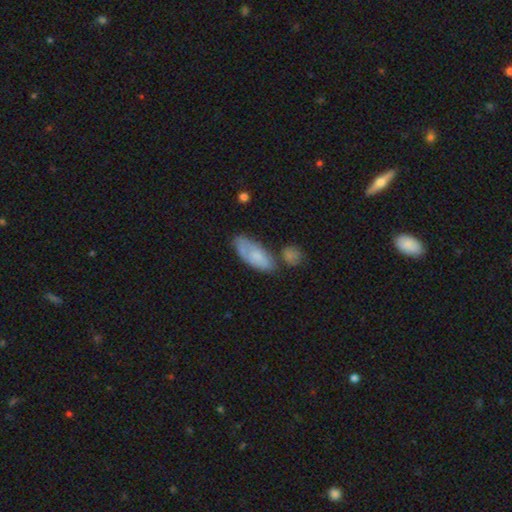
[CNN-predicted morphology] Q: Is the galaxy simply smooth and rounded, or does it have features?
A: smooth — 67%.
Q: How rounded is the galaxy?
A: in between — 80%.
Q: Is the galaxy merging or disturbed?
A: none — 49%.